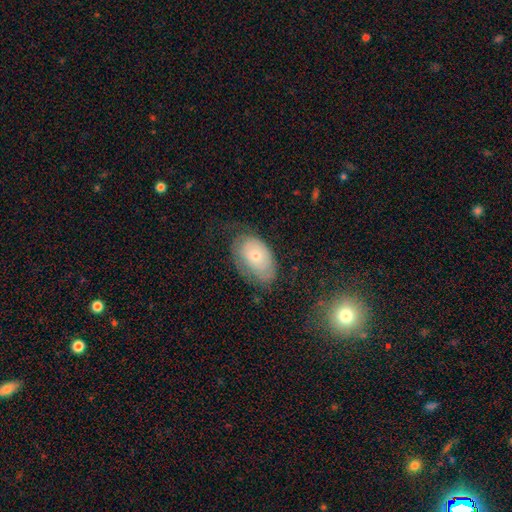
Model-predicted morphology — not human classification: smooth-or-featured: smooth: 58% | featured or disk: 34% | star or artifact: 7%
  how-rounded: in between: 89% | round: 10% | cigar-shaped: 1%
  merging: none: 54% | minor disturbance: 29% | major disturbance: 16% | merger: 2%